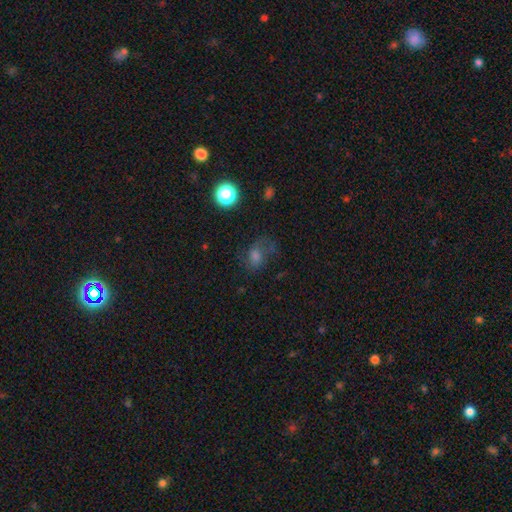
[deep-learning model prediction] smooth 48%, featured or disk 29%, star or artifact 24%. Down the decision tree: merging — none (54%).